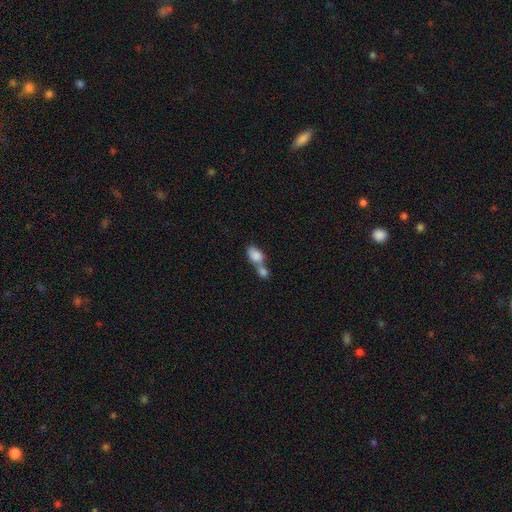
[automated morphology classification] This is clearly a smooth galaxy (83%). How rounded: clearly in between (84%). Merging: likely merger (71%).